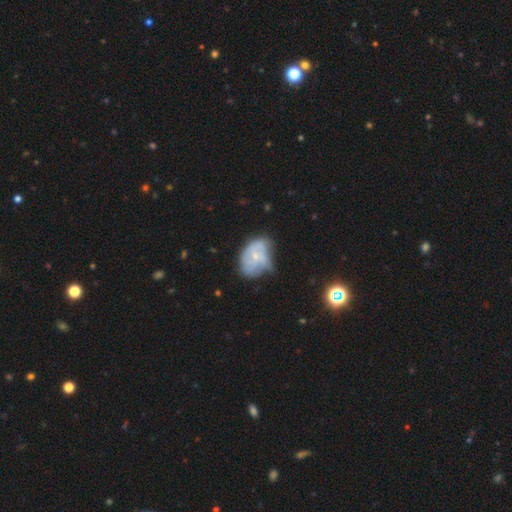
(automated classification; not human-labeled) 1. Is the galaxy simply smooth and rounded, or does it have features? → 59% featured or disk, 33% smooth, 8% star or artifact.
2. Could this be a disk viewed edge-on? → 97% no, 3% yes.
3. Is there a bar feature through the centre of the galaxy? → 77% no, 20% weak, 3% strong.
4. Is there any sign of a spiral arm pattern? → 63% yes, 37% no.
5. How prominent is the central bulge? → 69% small, 26% moderate, 4% none, 1% large, 1% dominant.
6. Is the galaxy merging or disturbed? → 38% none, 36% minor disturbance, 21% major disturbance, 6% merger.